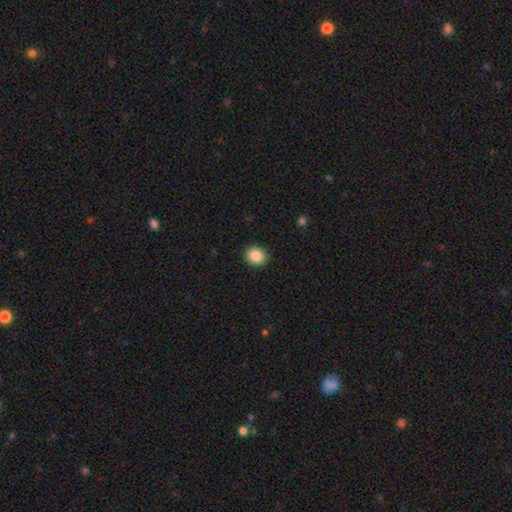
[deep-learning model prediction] Smooth or featured?
  - smooth: 86% *
  - star or artifact: 9%
  - featured or disk: 5%
How rounded?
  - round: 69% *
  - in between: 30%
  - cigar-shaped: 1%
Merging?
  - none: 91% *
  - minor disturbance: 7%
  - major disturbance: 2%
  - merger: 1%